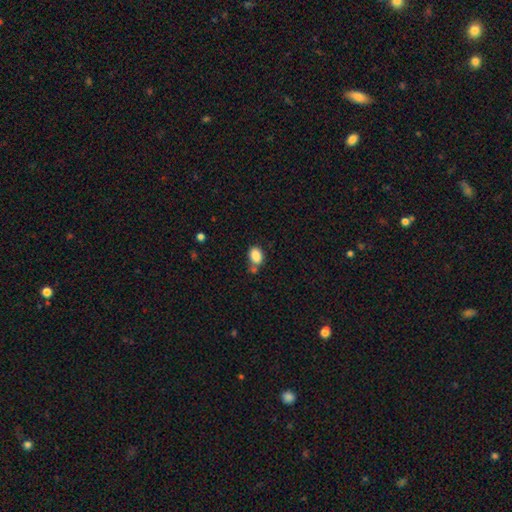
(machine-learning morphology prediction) Smooth or featured?
  - smooth: 86% *
  - star or artifact: 9%
  - featured or disk: 5%
How rounded?
  - in between: 75% *
  - round: 23%
  - cigar-shaped: 1%
Merging?
  - none: 57% *
  - merger: 19%
  - minor disturbance: 19%
  - major disturbance: 5%